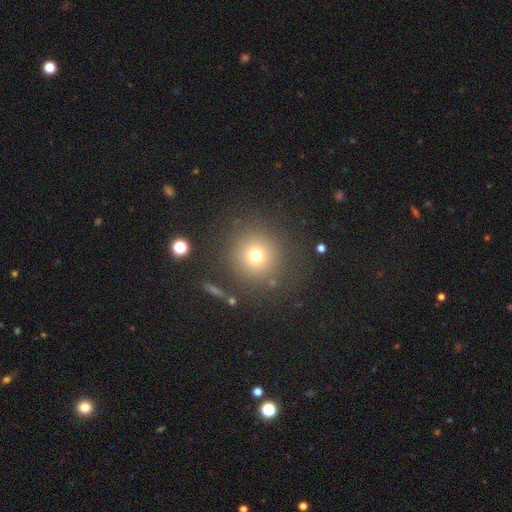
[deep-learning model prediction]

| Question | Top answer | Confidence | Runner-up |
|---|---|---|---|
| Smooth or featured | smooth | 71% | star or artifact (18%) |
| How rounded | round | 94% | in between (5%) |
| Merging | none | 84% | minor disturbance (8%) |